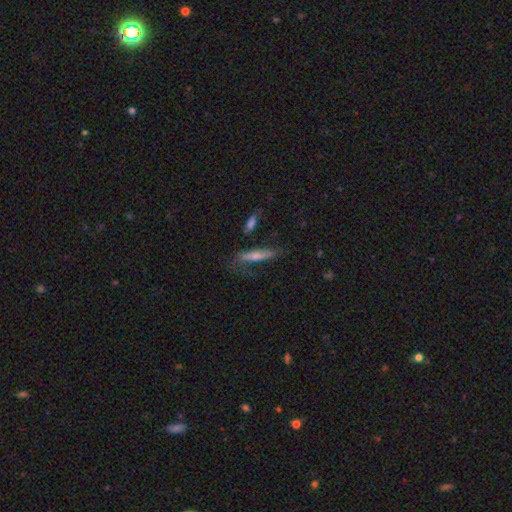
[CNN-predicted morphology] Smooth or featured: smooth — 47% (featured or disk — 43%)
Merging: none — 54% (minor disturbance — 23%)